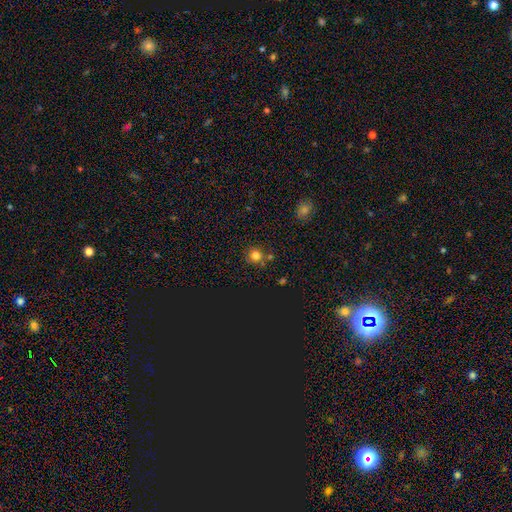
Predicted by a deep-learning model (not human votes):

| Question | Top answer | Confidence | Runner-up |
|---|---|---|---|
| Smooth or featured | smooth | 76% | star or artifact (18%) |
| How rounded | round | 90% | in between (9%) |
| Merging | none | 75% | merger (11%) |